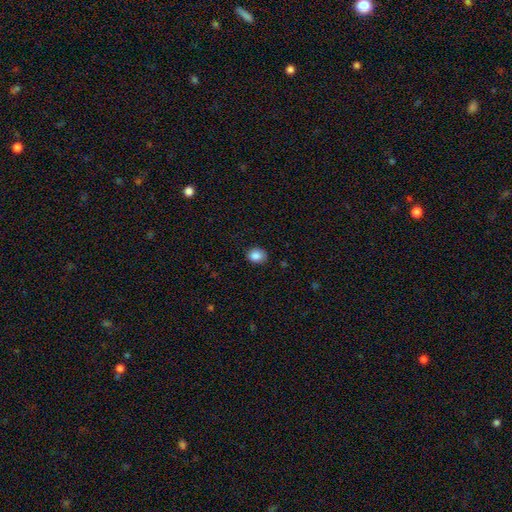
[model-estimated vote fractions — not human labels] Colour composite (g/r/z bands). It shows a smooth galaxy with no disk features (87%) that is in between round and cigar-shaped (51%). Merging: none (82%).